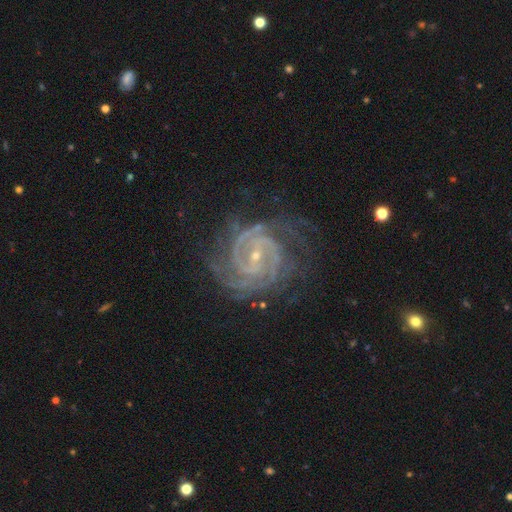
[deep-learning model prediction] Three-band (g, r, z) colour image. It shows a featured or disk galaxy (92%) with a weak bar (39%), 2 (43%) tight (75%) spiral arms (99%) and a small central bulge (81%). Merging: none (72%).